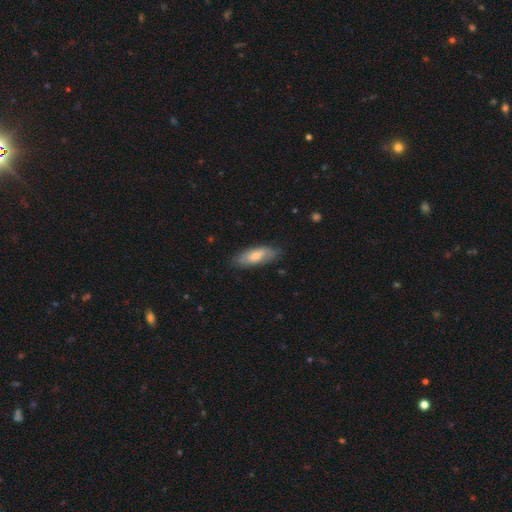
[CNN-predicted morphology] smooth 70%, featured or disk 24%, star or artifact 6%. Down the decision tree: how rounded — in between (75%); merging — none (73%).